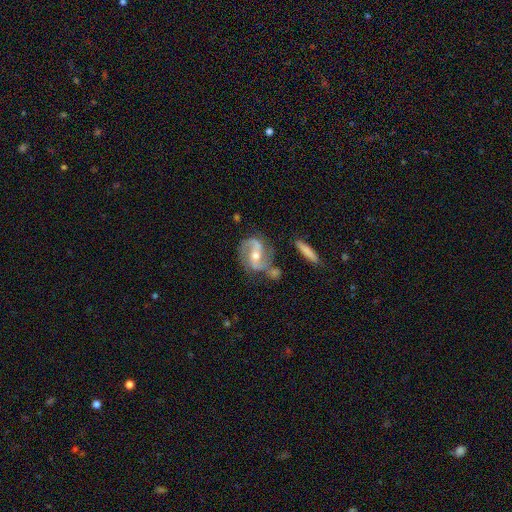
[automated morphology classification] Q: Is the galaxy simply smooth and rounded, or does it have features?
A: featured or disk — 86%.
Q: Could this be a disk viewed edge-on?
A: no — 96%.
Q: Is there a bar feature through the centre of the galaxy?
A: weak — 40%.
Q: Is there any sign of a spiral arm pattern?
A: yes — 96%.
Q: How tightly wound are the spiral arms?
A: medium — 49%.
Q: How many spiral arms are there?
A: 2 — 89%.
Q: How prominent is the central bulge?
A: moderate — 60%.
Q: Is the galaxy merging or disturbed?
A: none — 61%.